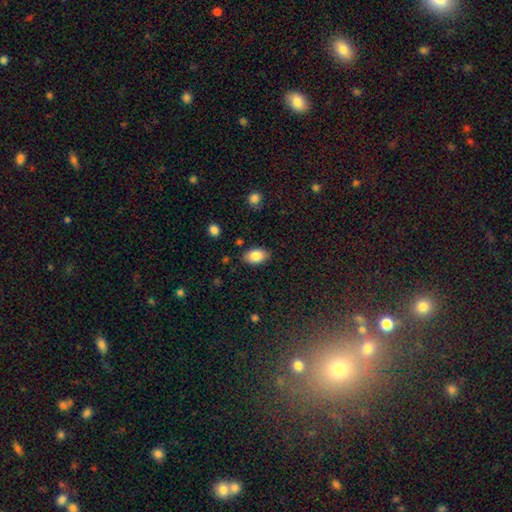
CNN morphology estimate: type=smooth (84%); roundness=in between (89%); merging=none (86%).